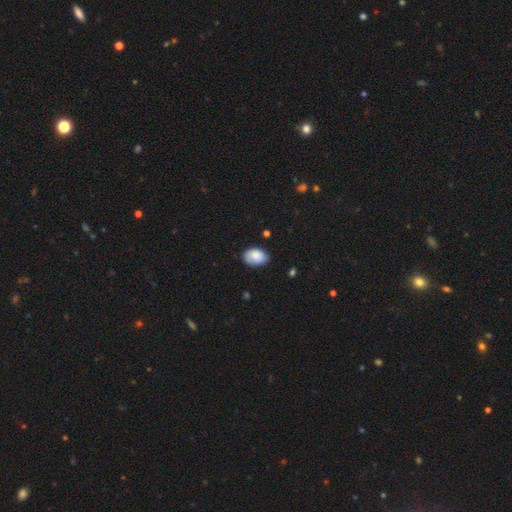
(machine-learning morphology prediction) A smooth galaxy with no disk features (82%) that is in between round and cigar-shaped (84%). Merging: none (72%).